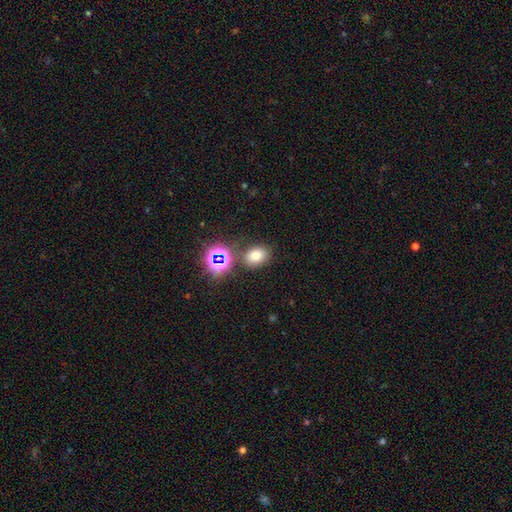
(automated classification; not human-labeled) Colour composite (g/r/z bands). It shows a smooth galaxy with no disk features (70%) that is in between round and cigar-shaped (63%). Merging: none (76%).